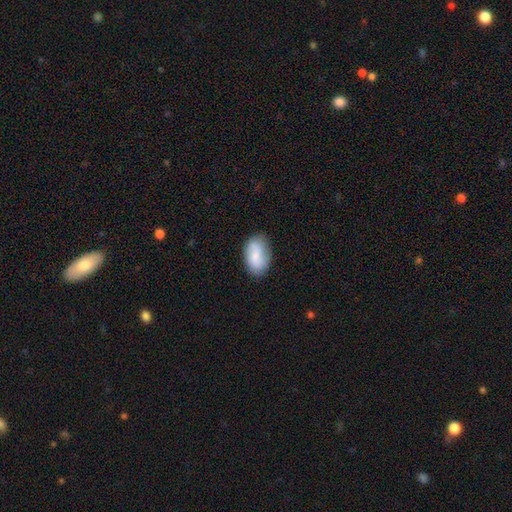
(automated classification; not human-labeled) A smooth galaxy with no disk features (71%) that is in between round and cigar-shaped (91%).

Vote fractions:
- Smooth or featured? smooth: 71% / featured or disk: 22% / star or artifact: 7%
- How rounded? in between: 91% / round: 8% / cigar-shaped: 2%
- Merging? none: 78% / minor disturbance: 17% / major disturbance: 4% / merger: 2%